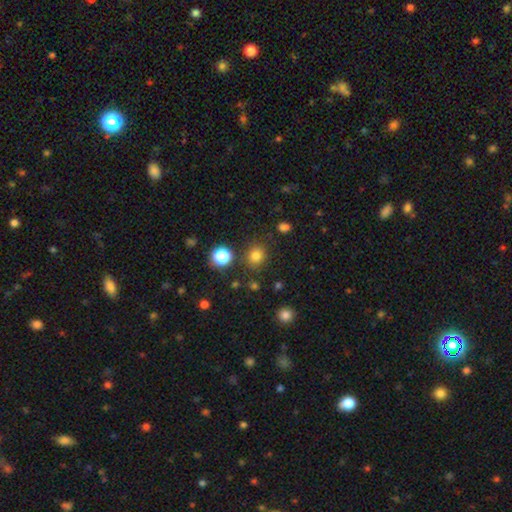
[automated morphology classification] smooth 79%, star or artifact 16%, featured or disk 5%. Down the decision tree: how rounded — round (80%); merging — none (83%).